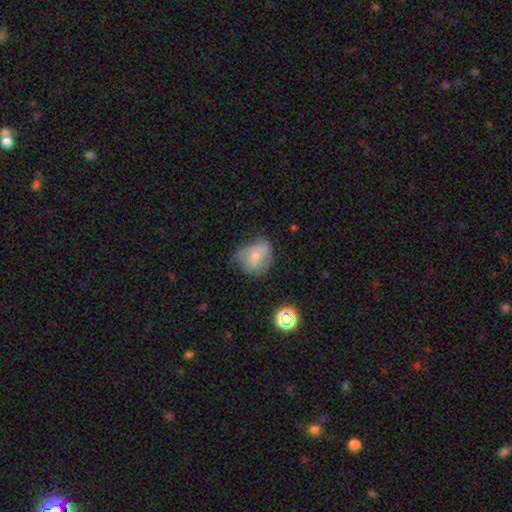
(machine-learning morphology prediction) Smooth or featured?
  - smooth: 56% *
  - featured or disk: 34%
  - star or artifact: 10%
How rounded?
  - round: 50% *
  - in between: 49%
  - cigar-shaped: 1%
Merging?
  - none: 38% * (tied)
  - minor disturbance: 38% * (tied)
  - major disturbance: 21%
  - merger: 3%